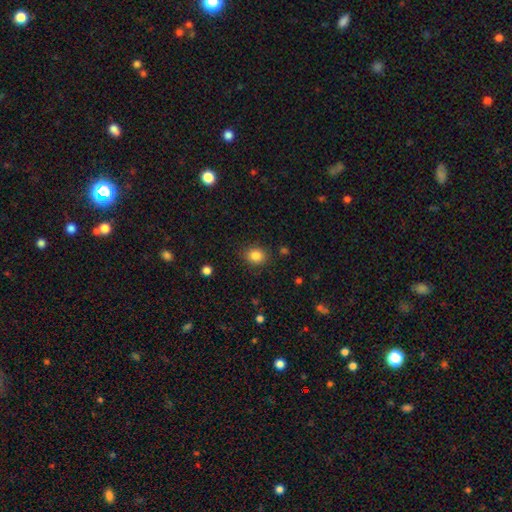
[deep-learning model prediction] This appears to be a smooth galaxy with no disk features (85%) that is round (65%). Merging: none (85%).